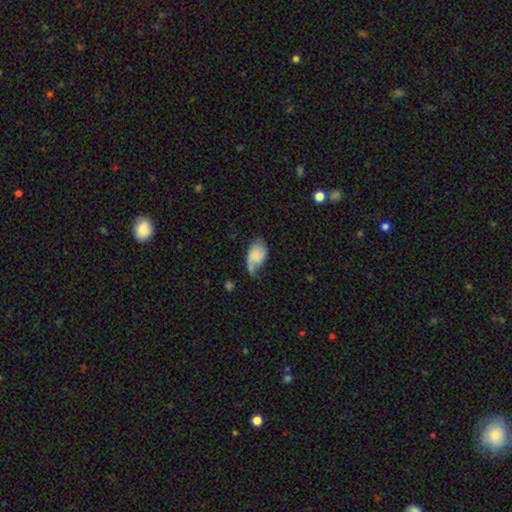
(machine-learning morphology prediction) Smooth or featured? smooth (64%)
How rounded? in between (90%)
Merging? minor disturbance (40%)